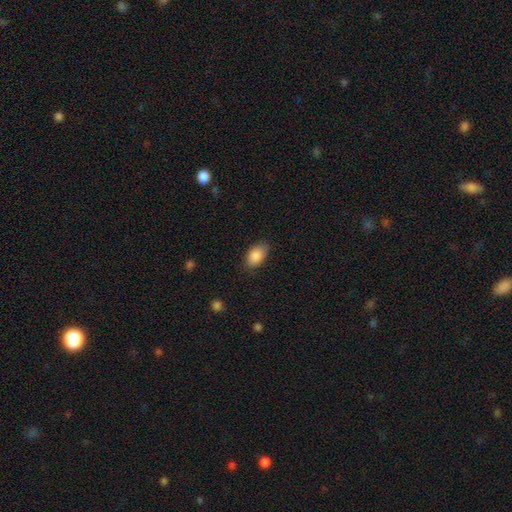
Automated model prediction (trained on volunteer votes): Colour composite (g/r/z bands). It shows a smooth galaxy with no disk features (87%) that is in between round and cigar-shaped (92%). Merging: none (81%).